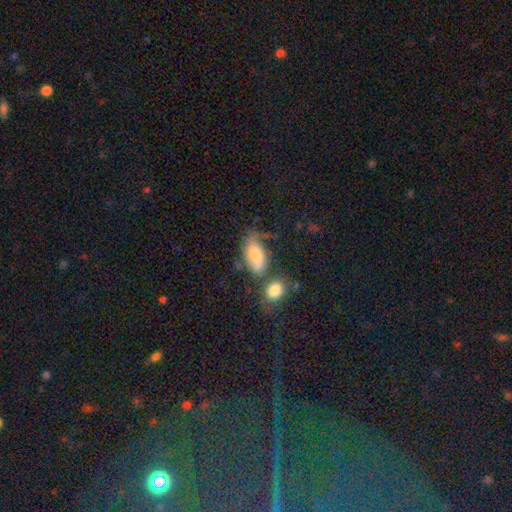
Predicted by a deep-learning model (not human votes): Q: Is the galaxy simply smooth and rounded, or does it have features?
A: smooth — 69%.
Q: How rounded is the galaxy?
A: in between — 88%.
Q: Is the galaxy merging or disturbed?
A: none — 41%.